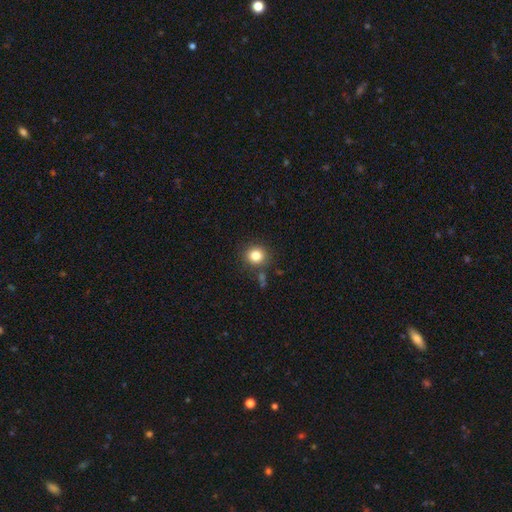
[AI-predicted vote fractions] Q: Smooth or featured?
A: smooth (82%); runner-up: star or artifact (12%)
Q: How rounded?
A: round (88%); runner-up: in between (11%)
Q: Merging?
A: none (84%); runner-up: minor disturbance (9%)